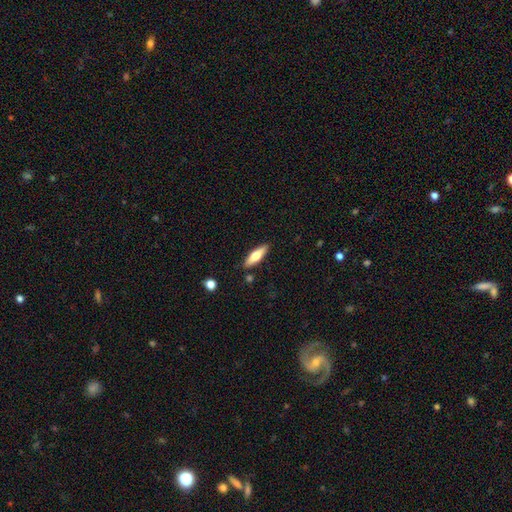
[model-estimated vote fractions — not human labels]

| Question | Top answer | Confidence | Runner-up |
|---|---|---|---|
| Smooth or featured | smooth | 61% | featured or disk (33%) |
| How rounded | cigar-shaped | 58% | in between (40%) |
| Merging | none | 87% | minor disturbance (9%) |